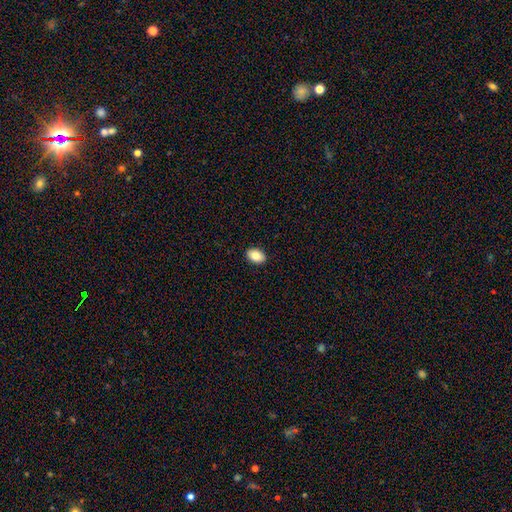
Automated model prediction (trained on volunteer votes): Smooth or featured? Predicted: smooth (p=0.85). How rounded? Predicted: in between (p=0.87). Merging? Predicted: none (p=0.91).